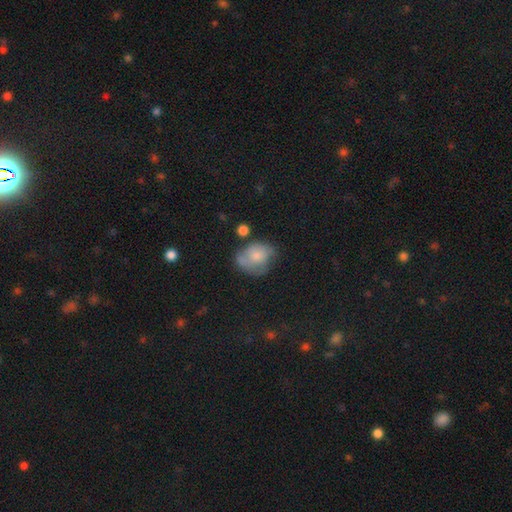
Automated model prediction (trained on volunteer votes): smooth_or_featured: smooth (p=0.63) [alt: featured or disk p=0.28]
how_rounded: in between (p=0.57) [alt: round p=0.42]
merging: none (p=0.39) [alt: minor disturbance p=0.32]